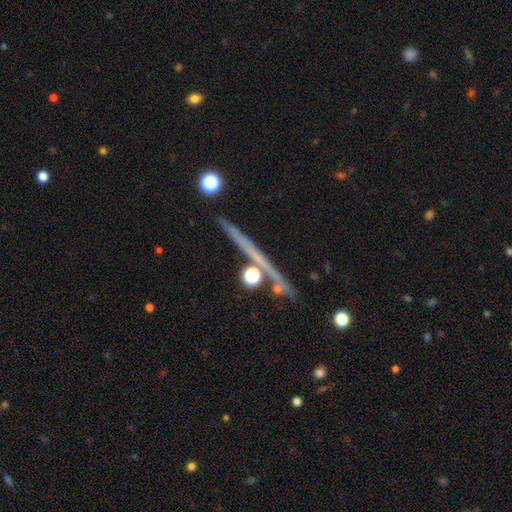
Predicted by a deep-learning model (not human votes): Smooth or featured? featured or disk (66%)
Edge-on disk? yes (95%)
Edge-on bulge? none (51%)
Merging? none (83%)